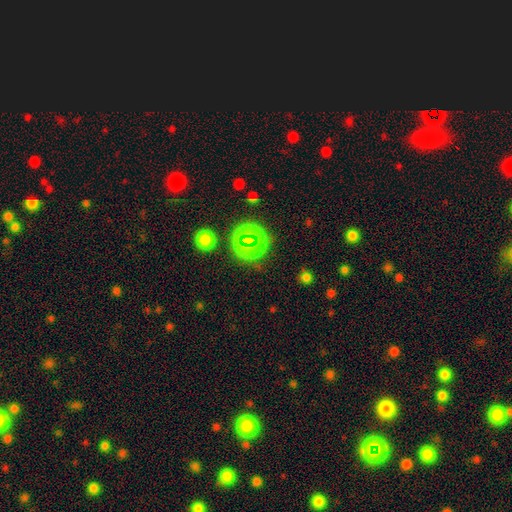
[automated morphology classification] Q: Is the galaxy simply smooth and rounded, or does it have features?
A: star or artifact — 42%.